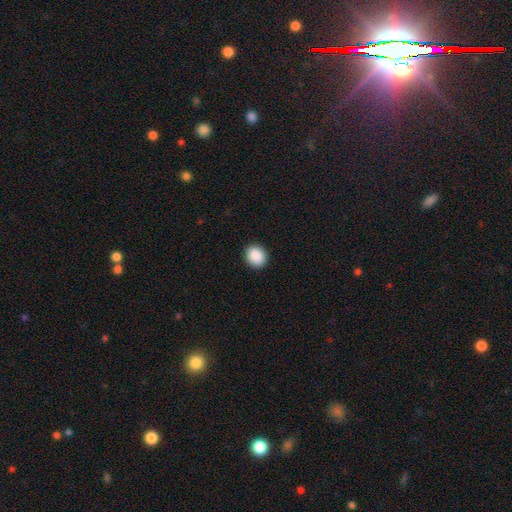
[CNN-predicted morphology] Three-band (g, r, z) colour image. It shows a smooth galaxy with no disk features (90%) that is round (73%). Merging: none (91%).